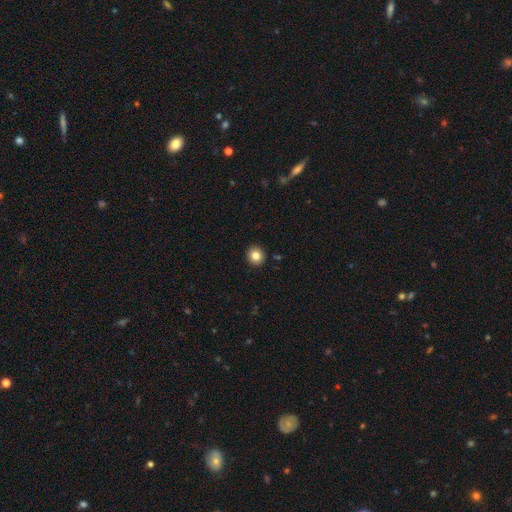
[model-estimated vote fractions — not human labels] A smooth galaxy with no disk features (83%) that is round (90%).

Vote fractions:
- Smooth or featured? smooth: 83% / star or artifact: 10% / featured or disk: 6%
- How rounded? round: 90% / in between: 9% / cigar-shaped: 1%
- Merging? none: 92% / minor disturbance: 5% / major disturbance: 1% / merger: 1%